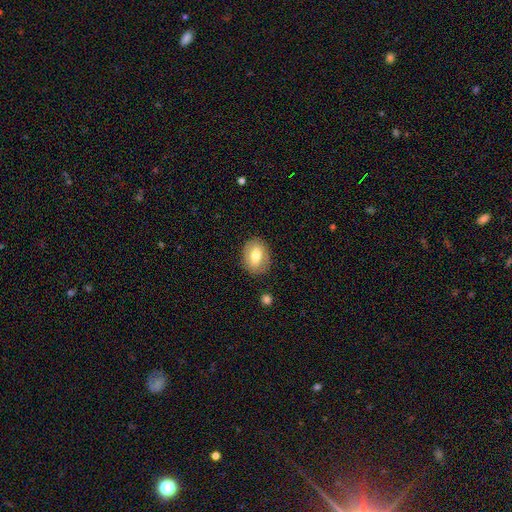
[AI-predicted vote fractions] A smooth galaxy with no disk features (70%) that is in between round and cigar-shaped (73%). Merging: none (83%).